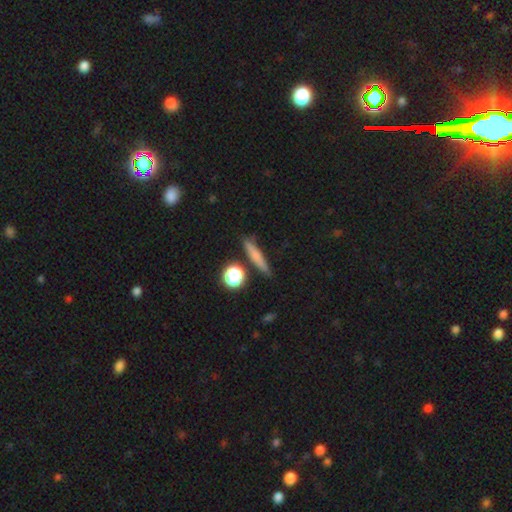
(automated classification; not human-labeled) Smooth or featured? smooth (66%)
How rounded? cigar-shaped (78%)
Merging? none (81%)